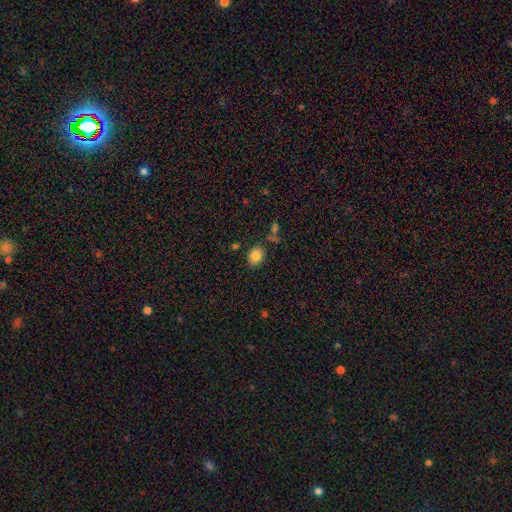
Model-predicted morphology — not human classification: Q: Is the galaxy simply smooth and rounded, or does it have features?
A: smooth — 83%.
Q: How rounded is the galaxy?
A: in between — 59%.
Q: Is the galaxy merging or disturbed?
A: none — 73%.